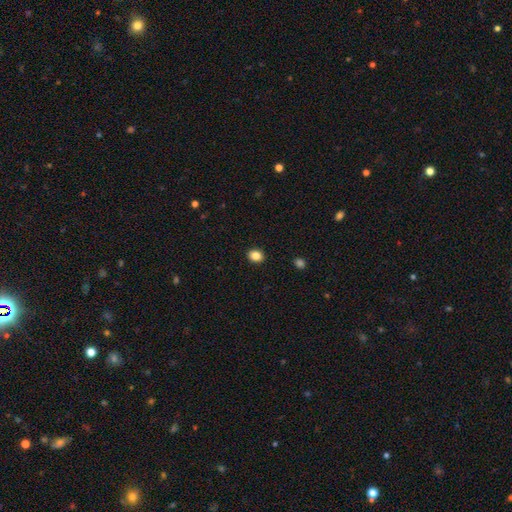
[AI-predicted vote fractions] Morphology: type=smooth (86%); roundness=round (50%, tied with in between); merging=none (91%).